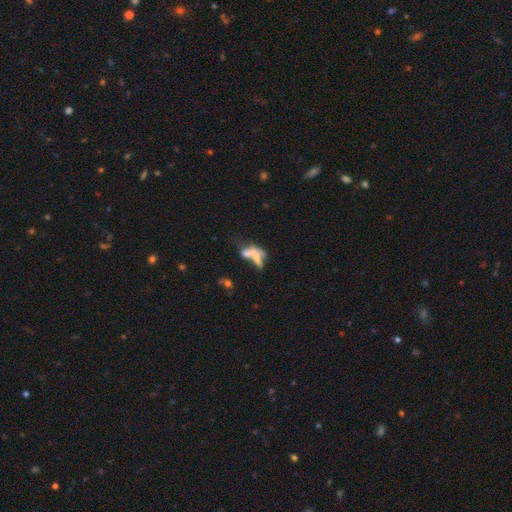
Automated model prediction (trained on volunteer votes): The model was most divided on "smooth or featured": featured or disk: 43%, smooth: 42%, star or artifact: 14%. More confident: merging — merger (55%).